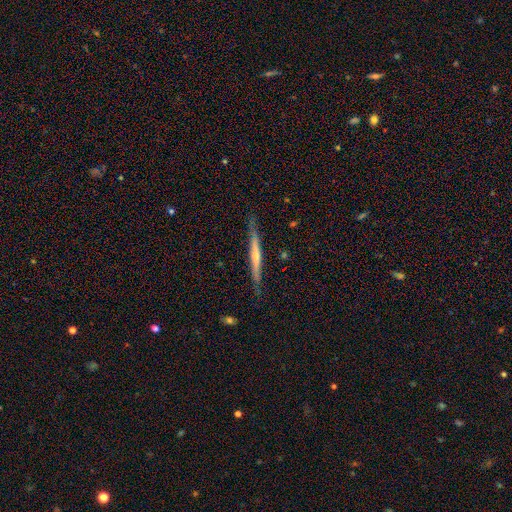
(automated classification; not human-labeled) Morphology: type=featured or disk (70%); edge-on=yes (96%); edge-on bulge=rounded (67%); merging=none (80%).